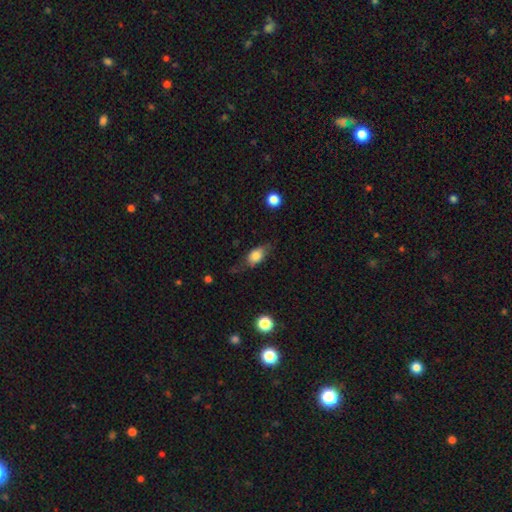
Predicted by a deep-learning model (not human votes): This appears to be a smooth galaxy with no disk features (68%) that is in between round and cigar-shaped (79%). Merging: none (60%).